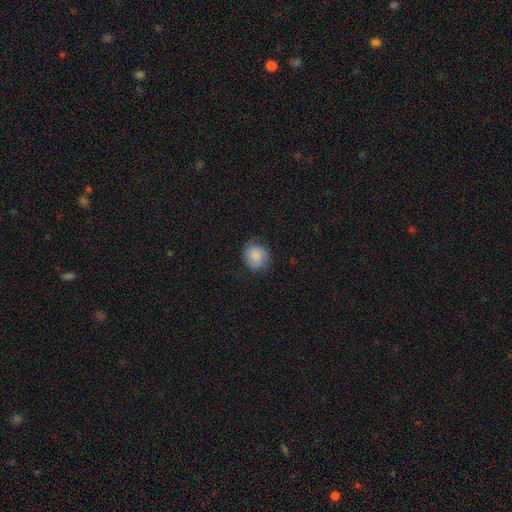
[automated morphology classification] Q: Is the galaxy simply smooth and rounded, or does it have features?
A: smooth — 69%.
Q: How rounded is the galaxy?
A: round — 76%.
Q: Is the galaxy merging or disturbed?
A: none — 70%.